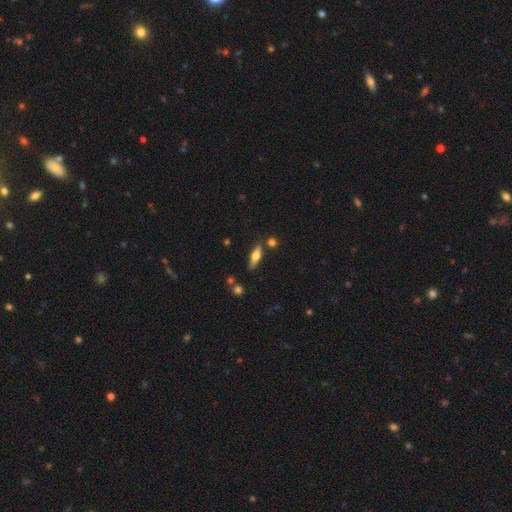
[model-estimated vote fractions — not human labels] Overall: featured or disk (49%; smooth 44%). Merging: none (79%).